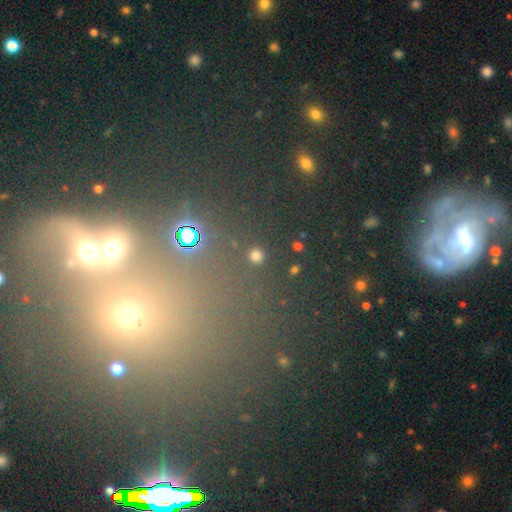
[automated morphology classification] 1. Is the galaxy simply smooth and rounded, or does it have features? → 73% smooth, 23% star or artifact, 4% featured or disk.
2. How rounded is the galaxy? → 92% round, 6% in between, 1% cigar-shaped.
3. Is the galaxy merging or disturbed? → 89% none, 5% minor disturbance, 3% merger, 3% major disturbance.